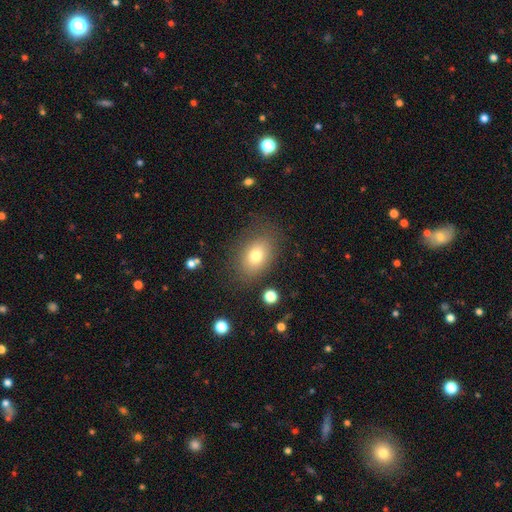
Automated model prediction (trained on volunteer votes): smooth_or_featured: smooth (p=0.76) [alt: featured or disk p=0.14]
how_rounded: in between (p=0.78) [alt: round p=0.21]
merging: none (p=0.76) [alt: minor disturbance p=0.15]